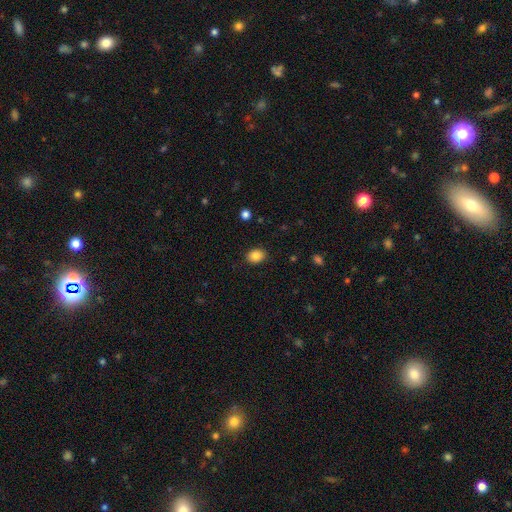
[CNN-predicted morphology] Smooth or featured?
  - smooth: 86% *
  - star or artifact: 9%
  - featured or disk: 5%
How rounded?
  - in between: 59% *
  - round: 40%
  - cigar-shaped: 1%
Merging?
  - none: 88% *
  - minor disturbance: 9%
  - major disturbance: 2%
  - merger: 1%